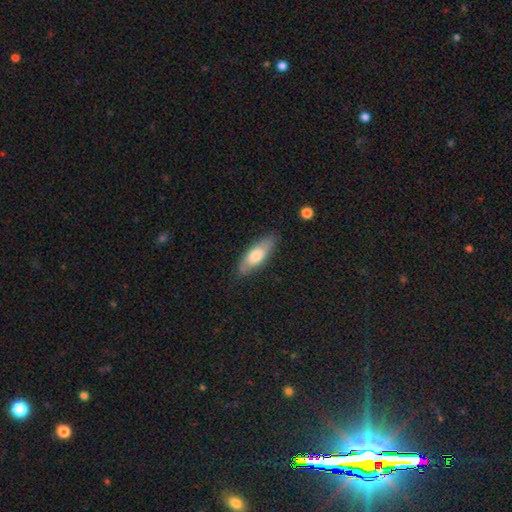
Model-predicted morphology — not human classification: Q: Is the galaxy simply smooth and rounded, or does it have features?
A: smooth — 66%.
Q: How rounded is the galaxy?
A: in between — 64%.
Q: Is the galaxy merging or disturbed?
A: none — 79%.